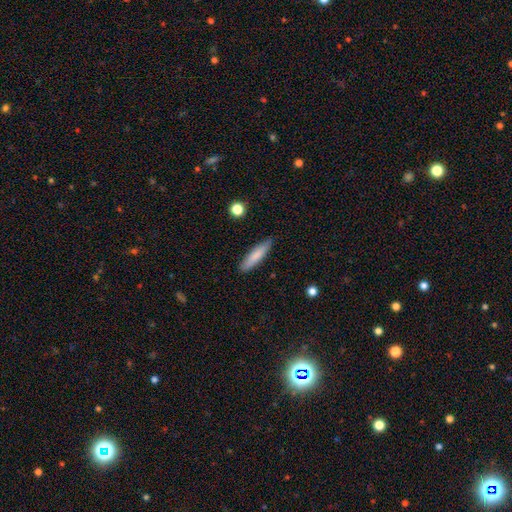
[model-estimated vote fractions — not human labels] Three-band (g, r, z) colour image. It shows a smooth galaxy with no disk features (79%) that is cigar-shaped (80%). Merging: none (87%).